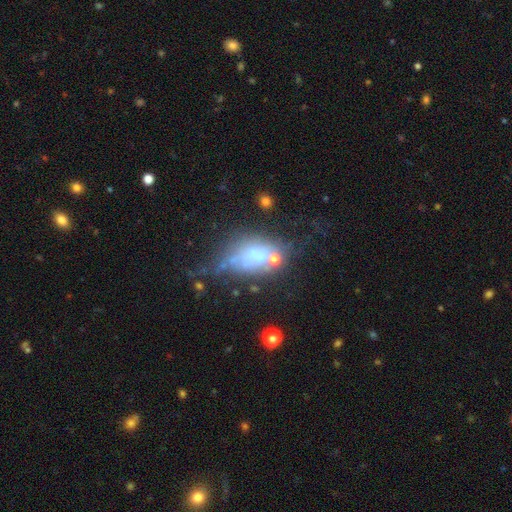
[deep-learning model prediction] Q: Smooth or featured?
A: featured or disk (49%); runner-up: smooth (33%)
Q: Merging?
A: none (30%); runner-up: major disturbance (27%)